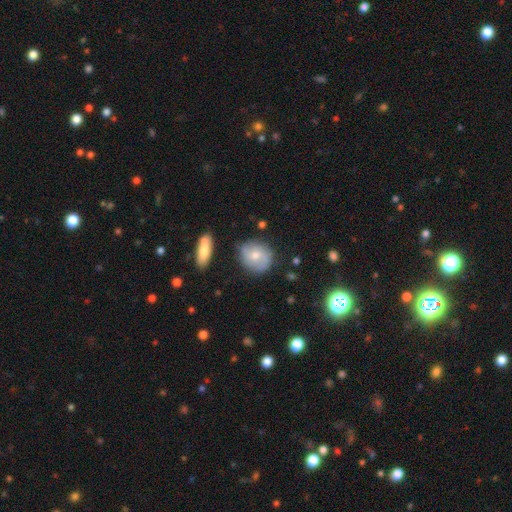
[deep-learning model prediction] A smooth galaxy with no disk features (57%) that is round (78%). Merging: none (74%).